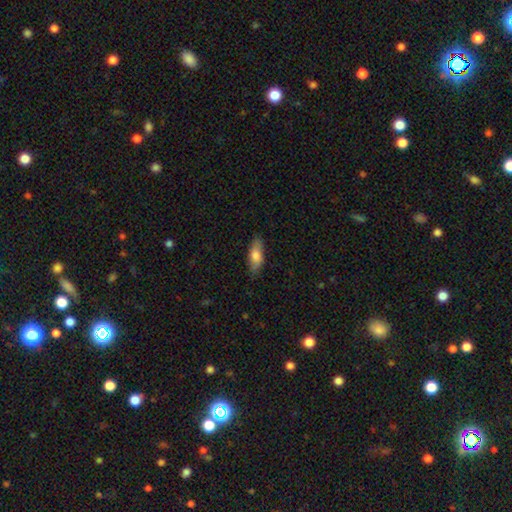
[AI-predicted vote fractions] The model was most divided on "how rounded": in between: 73%, cigar-shaped: 24%, round: 3%. More confident: merging — none (79%); smooth or featured — smooth (73%).